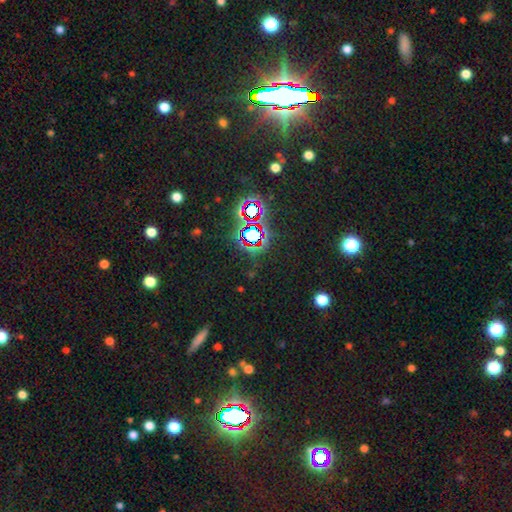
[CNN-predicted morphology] star or artifact 81%, smooth 10%, featured or disk 9%.